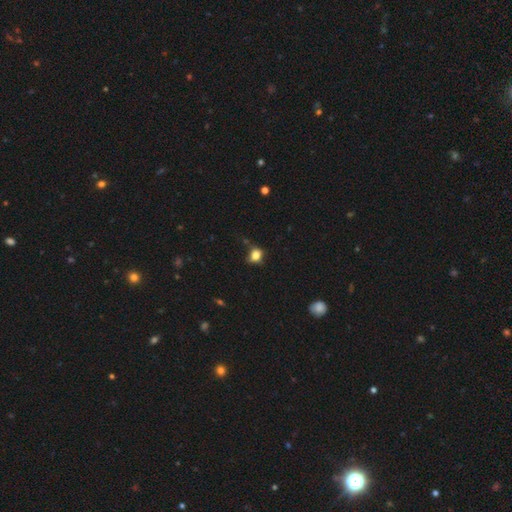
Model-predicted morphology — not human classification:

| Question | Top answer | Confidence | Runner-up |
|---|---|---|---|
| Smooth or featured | smooth | 77% | star or artifact (13%) |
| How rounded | round | 54% | in between (44%) |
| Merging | none | 53% | minor disturbance (31%) |